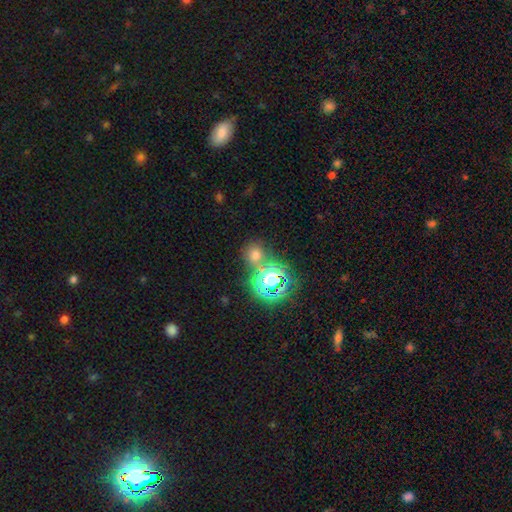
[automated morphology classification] type=smooth (54%); roundness=round (80%); merging=none (62%).